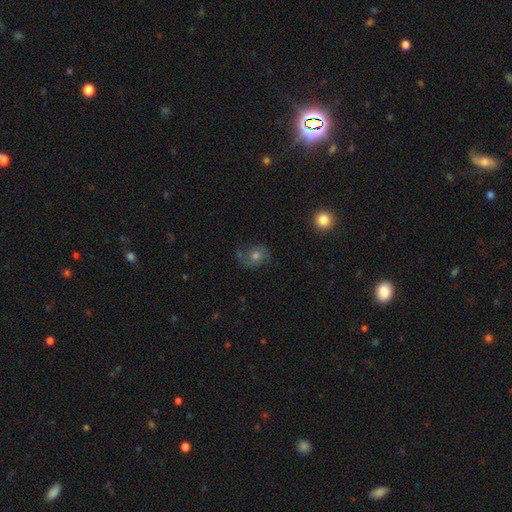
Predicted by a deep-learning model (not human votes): A featured or disk galaxy (51%). Merging: none (70%).